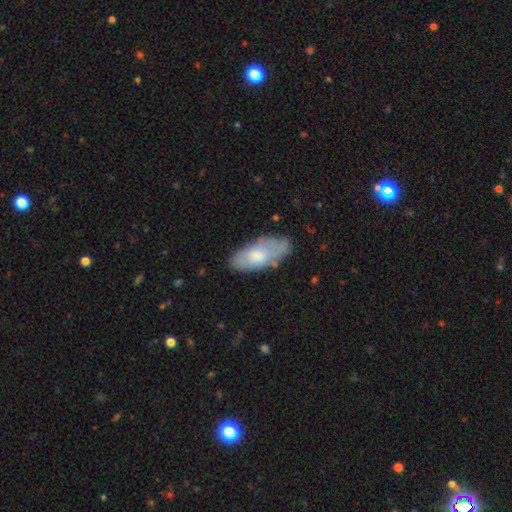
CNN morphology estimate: Smooth or featured? Predicted: smooth (p=0.71). How rounded? Predicted: in between (p=0.86). Merging? Predicted: none (p=0.76).